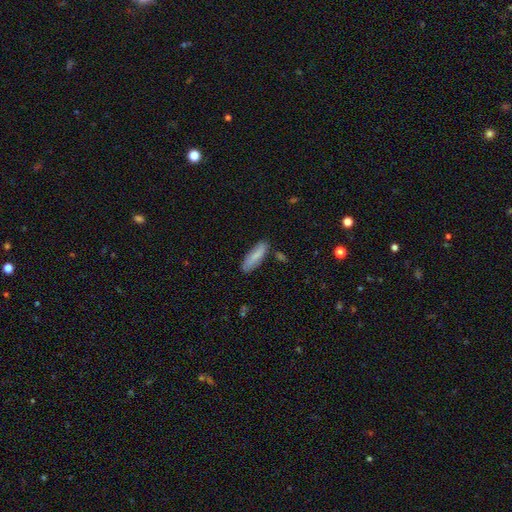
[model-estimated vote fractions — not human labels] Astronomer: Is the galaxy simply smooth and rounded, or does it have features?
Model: smooth — 78%.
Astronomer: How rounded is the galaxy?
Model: cigar-shaped — 54% (runner-up: in between, 45%).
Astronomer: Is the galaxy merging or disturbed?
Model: none — 77%.